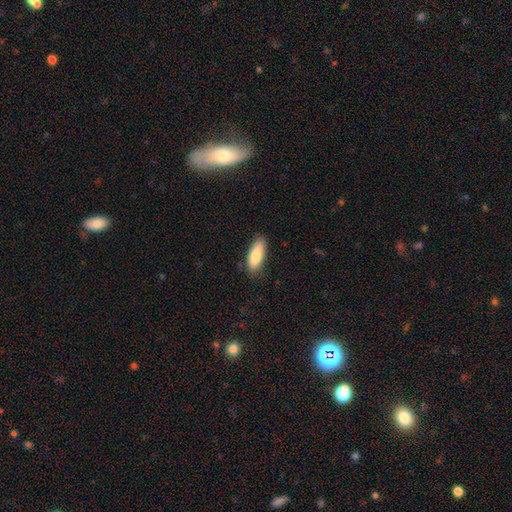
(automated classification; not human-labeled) This is clearly a smooth galaxy (82%). How rounded: likely in between (69%). Merging: clearly none (83%).